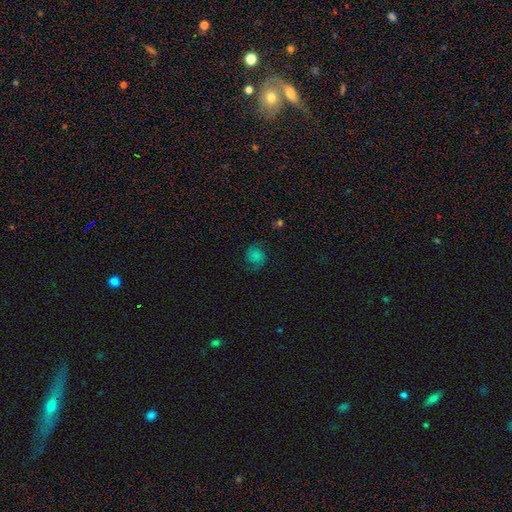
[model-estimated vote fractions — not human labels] Q: Smooth or featured?
A: featured or disk (42%); runner-up: smooth (36%)
Q: Merging?
A: none (76%); runner-up: minor disturbance (15%)